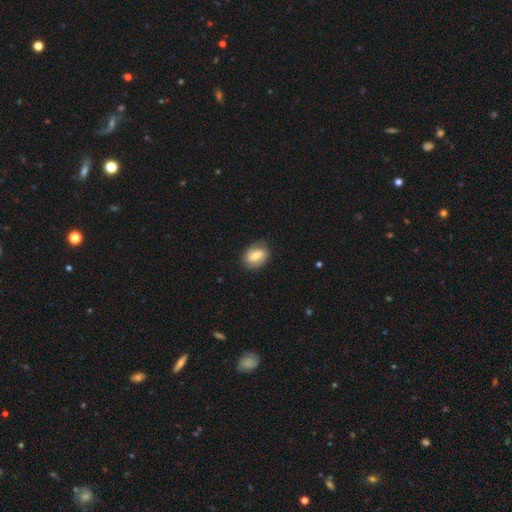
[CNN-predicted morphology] Smooth or featured? Predicted: featured or disk (p=0.54). Edge-on disk? Predicted: no (p=0.96). Bar? Predicted: weak (p=0.48). Spiral arms? Predicted: yes (p=0.85). Bulge size? Predicted: moderate (p=0.55). Merging? Predicted: none (p=0.80).